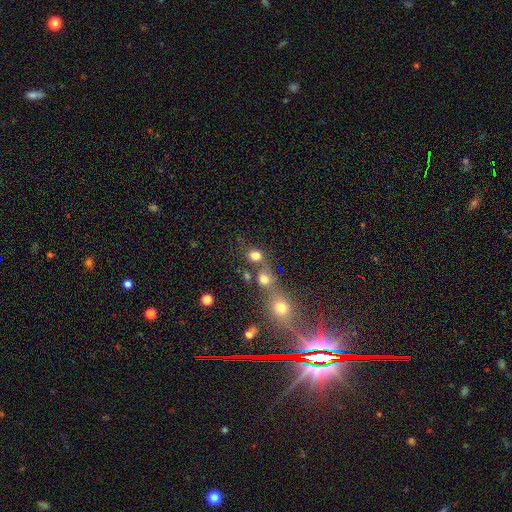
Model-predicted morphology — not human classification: Smooth or featured? smooth (77%)
How rounded? round (67%)
Merging? none (51%)